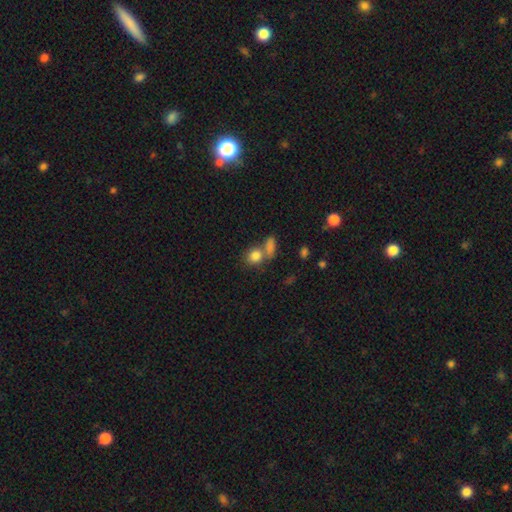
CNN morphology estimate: smooth 83%, star or artifact 10%, featured or disk 8%. Down the decision tree: how rounded — round (63%); merging — none (45%).